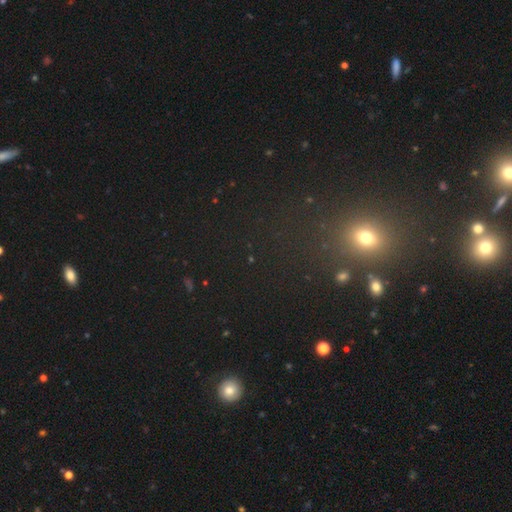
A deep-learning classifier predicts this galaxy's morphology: Smooth or featured? star or artifact (49%)